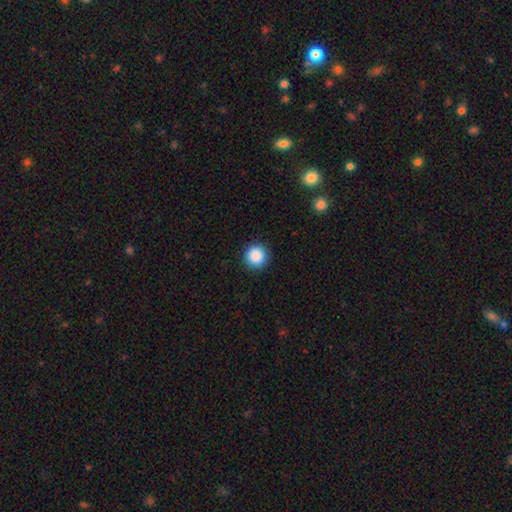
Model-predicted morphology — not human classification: type=smooth (89%); roundness=round (96%); merging=none (92%).